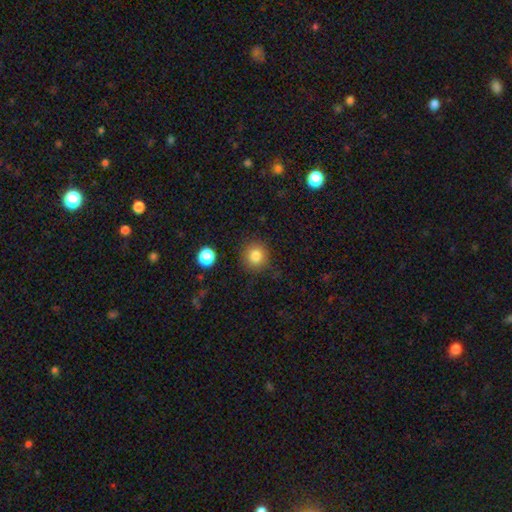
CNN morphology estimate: type=smooth (82%); roundness=round (90%); merging=none (87%).